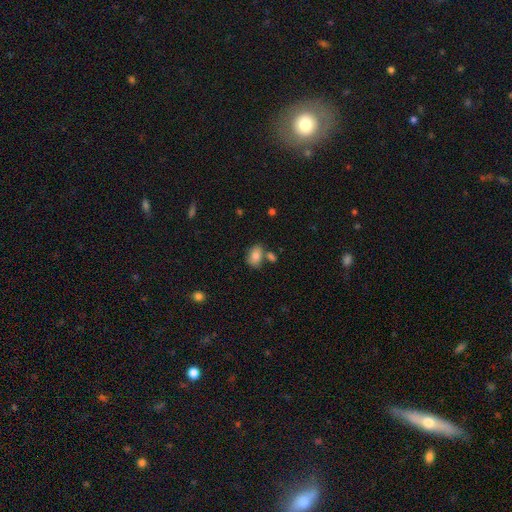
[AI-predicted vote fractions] smooth-or-featured: smooth: 80% | featured or disk: 11% | star or artifact: 9%
  how-rounded: in between: 81% | round: 17% | cigar-shaped: 1%
  merging: none: 60% | merger: 19% | minor disturbance: 16% | major disturbance: 5%